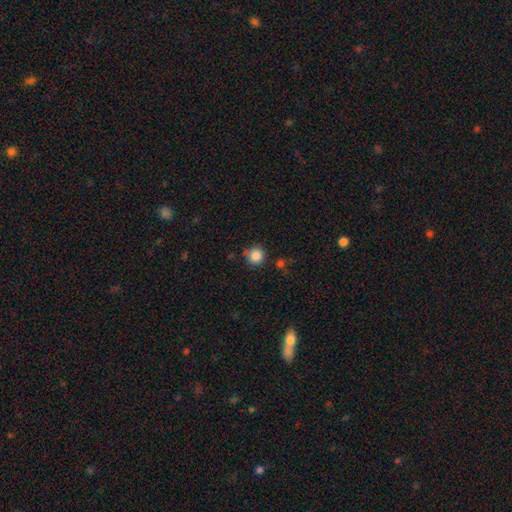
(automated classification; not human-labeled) Smooth or featured? smooth (86%)
How rounded? round (94%)
Merging? none (79%)